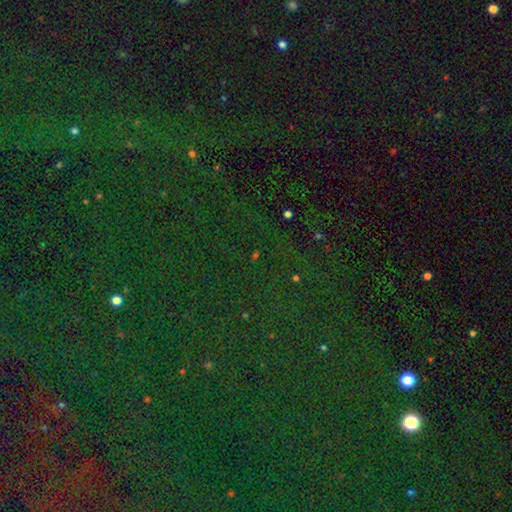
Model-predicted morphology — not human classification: A star or artifact, not a galaxy (75%).